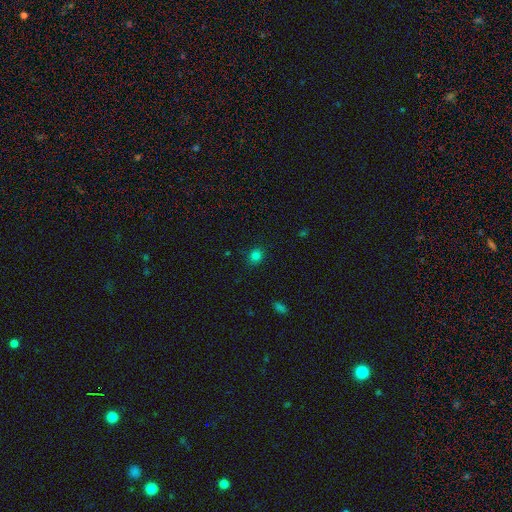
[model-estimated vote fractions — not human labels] Smooth or featured: smooth — 80% (star or artifact — 15%)
How rounded: round — 72% (in between — 27%)
Merging: none — 87% (minor disturbance — 10%)